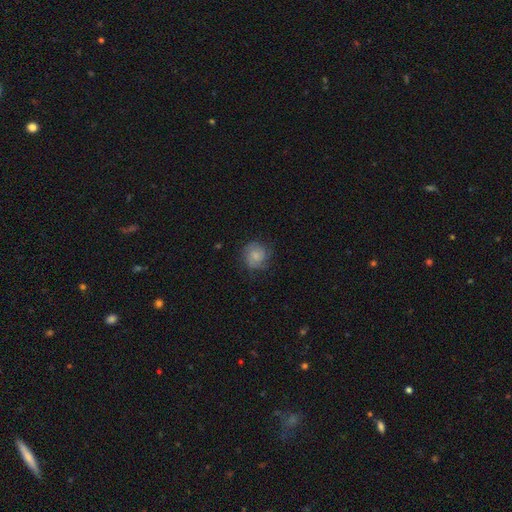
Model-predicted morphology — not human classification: Smooth or featured?
  - smooth: 63% *
  - featured or disk: 29%
  - star or artifact: 8%
How rounded?
  - round: 87% *
  - in between: 12%
  - cigar-shaped: 1%
Merging?
  - none: 74% *
  - minor disturbance: 19%
  - major disturbance: 6%
  - merger: 1%